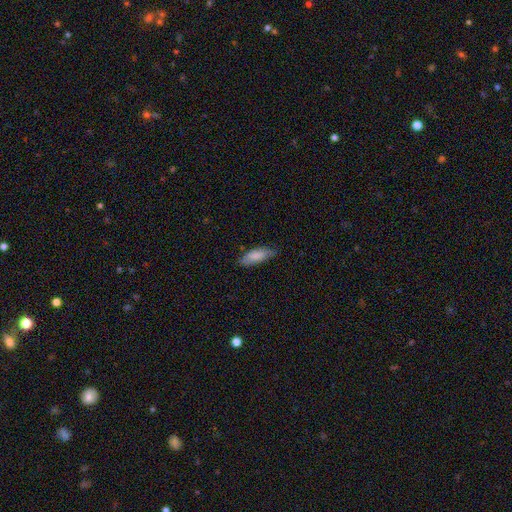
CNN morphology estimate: Smooth or featured? Predicted: smooth (p=0.82). How rounded? Predicted: in between (p=0.64). Merging? Predicted: none (p=0.72).